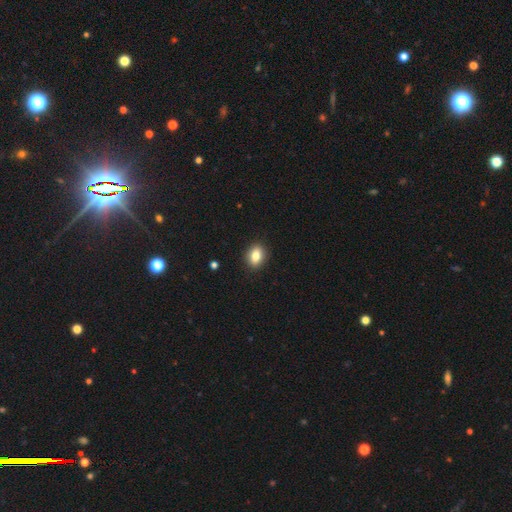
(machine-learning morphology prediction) Smooth or featured: smooth — 82% (featured or disk — 9%)
How rounded: in between — 69% (round — 29%)
Merging: none — 90% (minor disturbance — 7%)